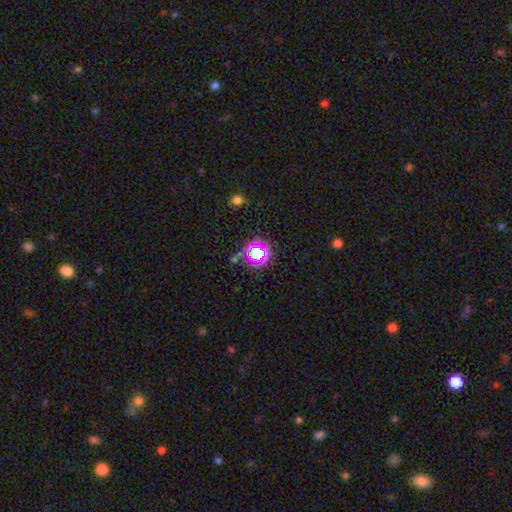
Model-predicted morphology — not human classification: Overall: star or artifact (64%; smooth 25%).